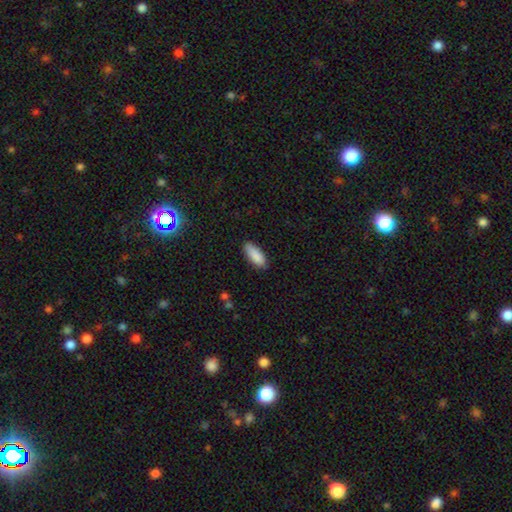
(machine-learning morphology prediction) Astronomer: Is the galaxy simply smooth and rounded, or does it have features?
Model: smooth — 89%.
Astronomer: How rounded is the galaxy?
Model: in between — 77%.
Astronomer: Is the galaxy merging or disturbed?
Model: none — 84%.